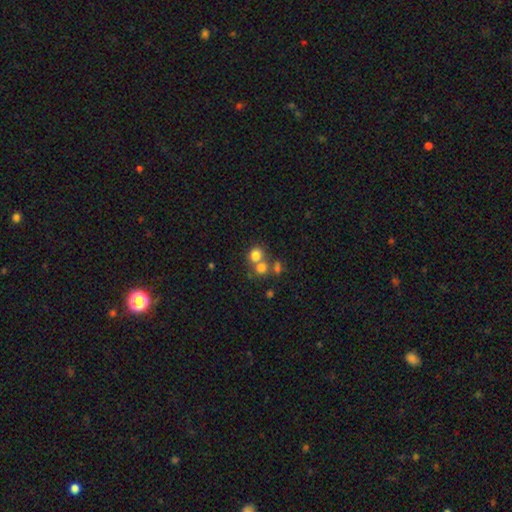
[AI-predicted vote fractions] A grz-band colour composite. It shows a smooth galaxy with no disk features (74%) that is round (83%). Merging: none (50%).